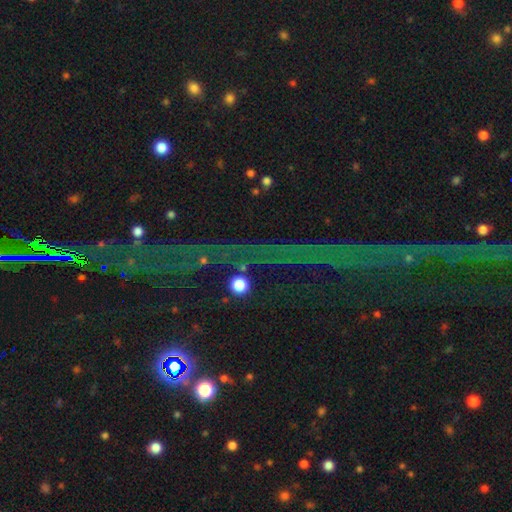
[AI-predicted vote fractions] Overall: star or artifact (77%).